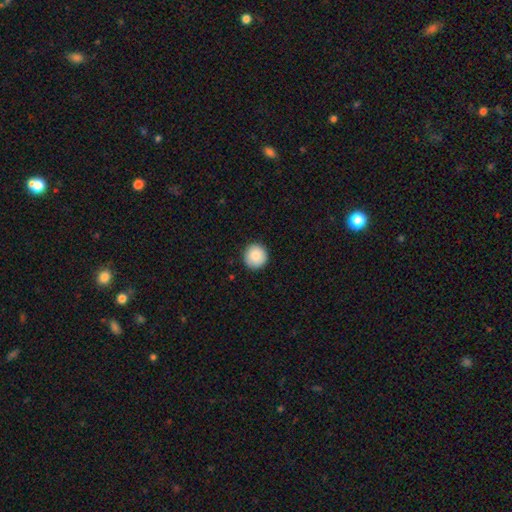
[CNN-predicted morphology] A smooth galaxy with no disk features (87%) that is round (95%). Merging: none (91%).